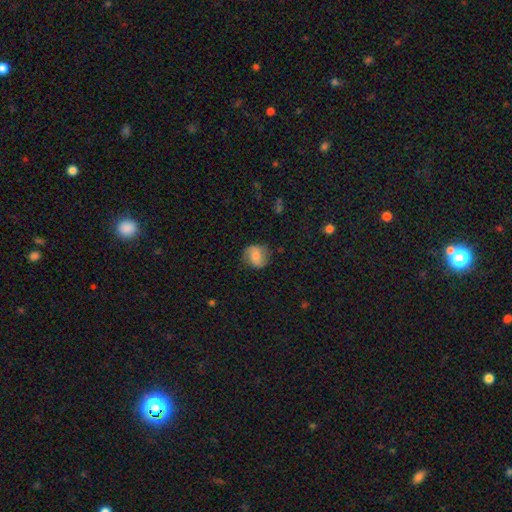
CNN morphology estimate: A smooth galaxy with no disk features (58%) that is round (75%). Merging: none (75%).